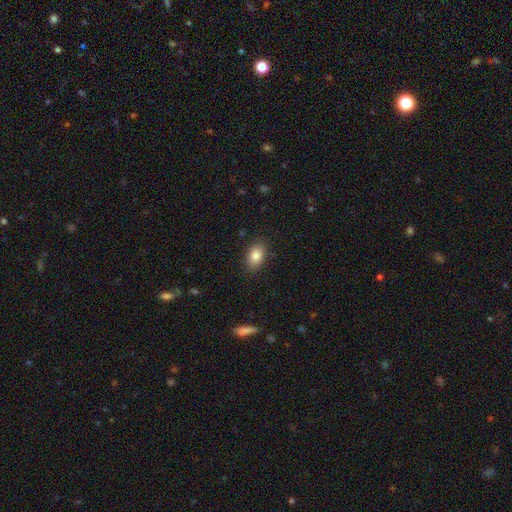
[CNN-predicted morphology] Q: Smooth or featured?
A: smooth (84%); runner-up: star or artifact (8%)
Q: How rounded?
A: in between (84%); runner-up: round (15%)
Q: Merging?
A: none (86%); runner-up: minor disturbance (10%)